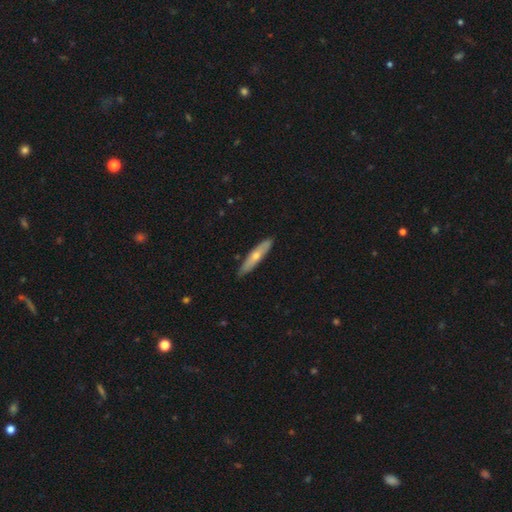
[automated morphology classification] Smooth or featured? smooth (49%)
Merging? none (87%)